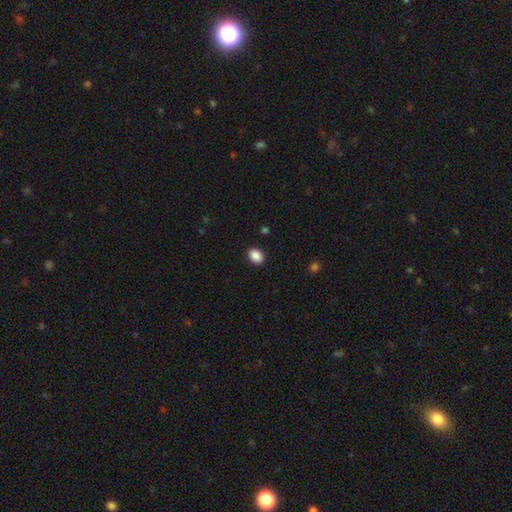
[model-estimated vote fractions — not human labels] smooth-or-featured: smooth: 89% | star or artifact: 8% | featured or disk: 3%
  how-rounded: in between: 62% | round: 37% | cigar-shaped: 1%
  merging: none: 90% | minor disturbance: 7% | major disturbance: 2% | merger: 1%